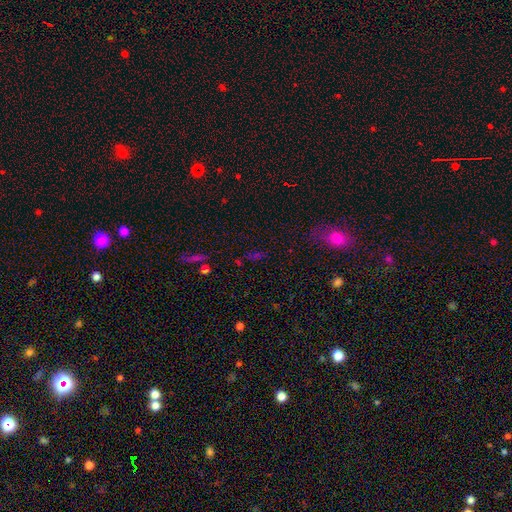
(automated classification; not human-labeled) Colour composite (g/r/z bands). It shows a star or artifact, not a galaxy (49%).